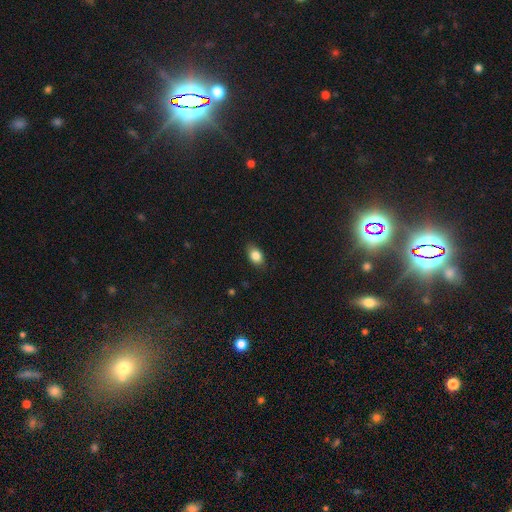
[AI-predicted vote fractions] The model was most divided on "how rounded": in between: 83%, round: 15%, cigar-shaped: 2%. More confident: smooth or featured — smooth (85%); merging — none (83%).